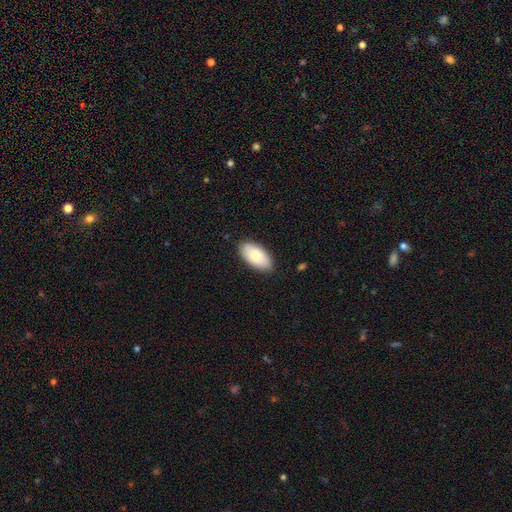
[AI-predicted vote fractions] Overall: smooth (77%). How rounded: in between (95%). Merging: none (86%).